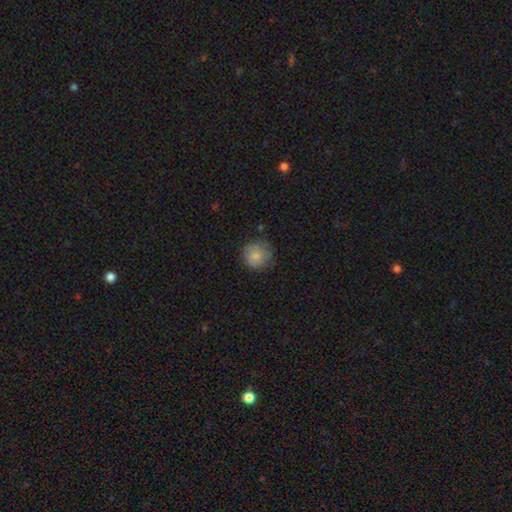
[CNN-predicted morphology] Overall: smooth (78%). How rounded: round (92%). Merging: none (73%).